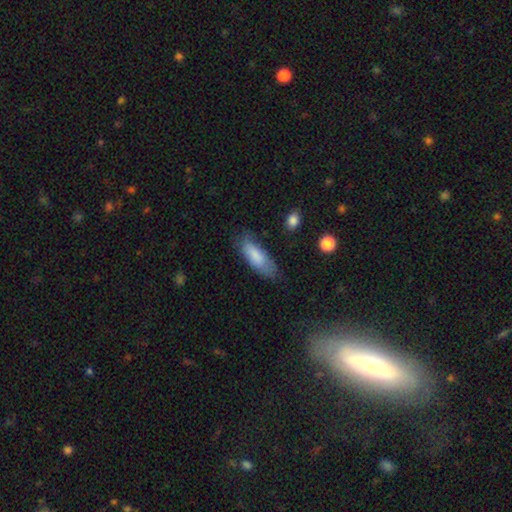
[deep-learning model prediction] Q: Smooth or featured?
A: smooth (81%); runner-up: featured or disk (13%)
Q: How rounded?
A: in between (65%); runner-up: cigar-shaped (34%)
Q: Merging?
A: none (65%); runner-up: minor disturbance (26%)